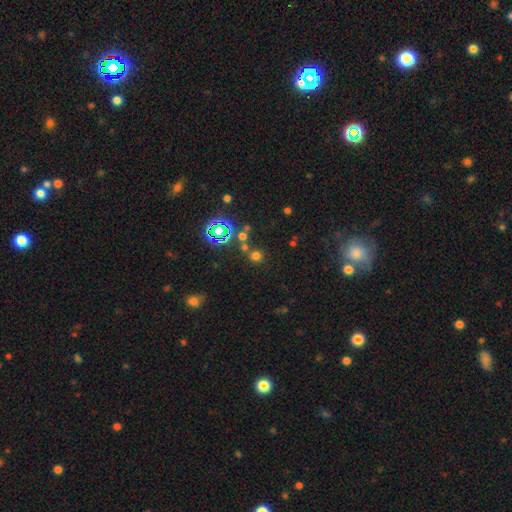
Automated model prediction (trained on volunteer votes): smooth-or-featured: smooth: 57% | star or artifact: 36% | featured or disk: 7%
  how-rounded: round: 84% | in between: 15% | cigar-shaped: 1%
  merging: none: 68% | merger: 19% | minor disturbance: 9% | major disturbance: 4%